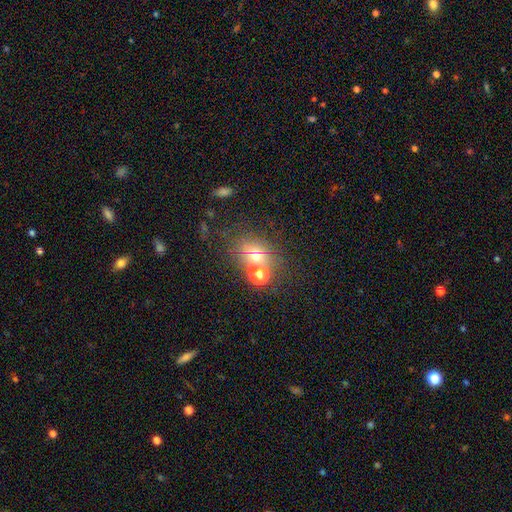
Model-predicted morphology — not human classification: Smooth or featured?
  - smooth: 59% *
  - star or artifact: 23%
  - featured or disk: 18%
How rounded?
  - round: 58% *
  - in between: 41%
  - cigar-shaped: 2%
Merging?
  - none: 52% *
  - merger: 28%
  - minor disturbance: 12%
  - major disturbance: 7%